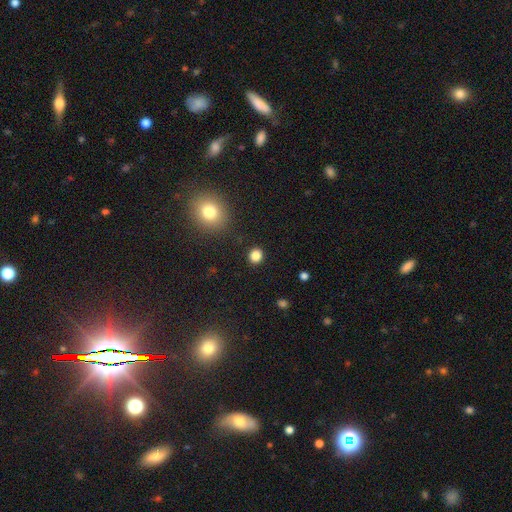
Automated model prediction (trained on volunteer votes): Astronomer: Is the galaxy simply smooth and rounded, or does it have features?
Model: smooth — 84%.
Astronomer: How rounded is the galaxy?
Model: round — 84%.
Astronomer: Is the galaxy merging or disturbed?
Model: none — 90%.